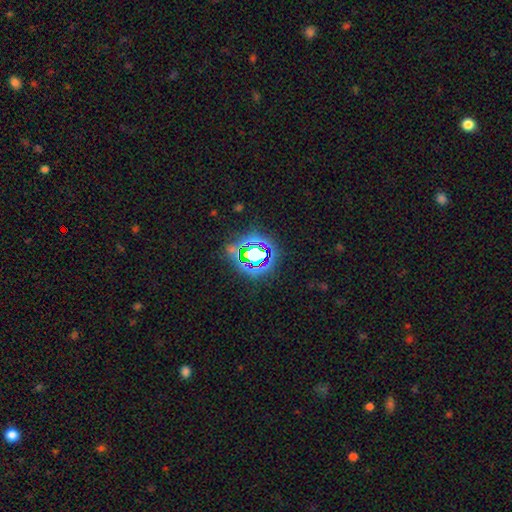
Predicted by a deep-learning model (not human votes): A star or artifact, not a galaxy (65%).

Vote fractions:
- Smooth or featured? star or artifact: 65% / smooth: 21% / featured or disk: 14%